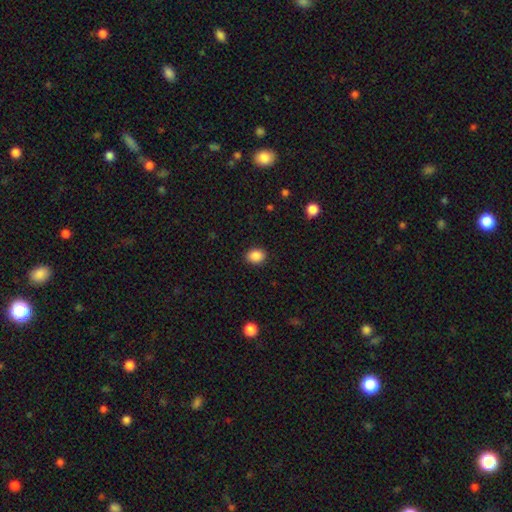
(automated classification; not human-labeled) Smooth or featured: smooth — 88% (star or artifact — 9%)
How rounded: in between — 57% (round — 42%)
Merging: none — 89% (minor disturbance — 8%)